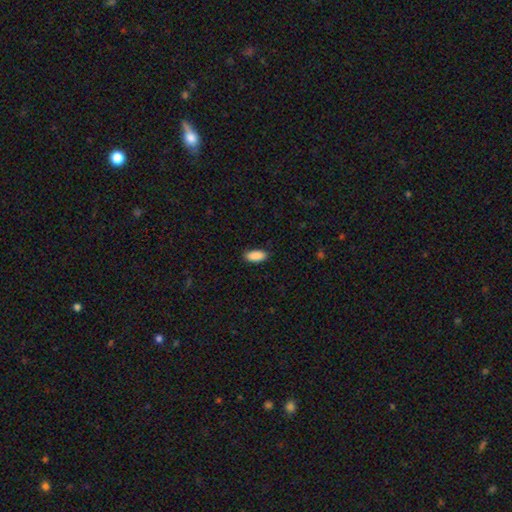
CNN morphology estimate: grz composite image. It shows a smooth galaxy with no disk features (90%) that is in between round and cigar-shaped (88%). Merging: none (87%).